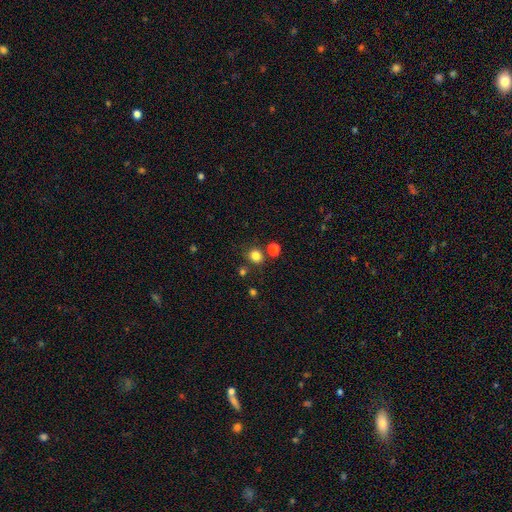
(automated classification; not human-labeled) The model was most divided on "how rounded": round: 79%, in between: 20%, cigar-shaped: 1%. More confident: smooth or featured — smooth (81%); merging — none (77%).